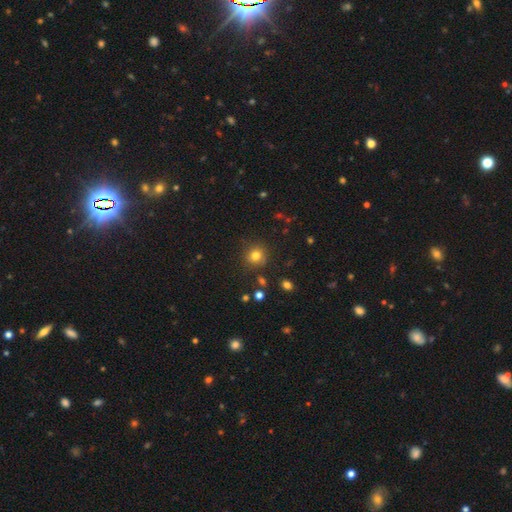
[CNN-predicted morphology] Smooth or featured? Predicted: smooth (p=0.78). How rounded? Predicted: round (p=0.90). Merging? Predicted: none (p=0.85).